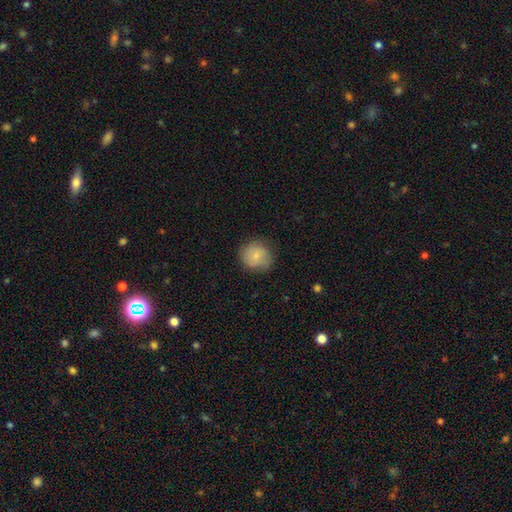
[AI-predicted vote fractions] Smooth or featured? smooth (76%)
How rounded? round (87%)
Merging? none (80%)